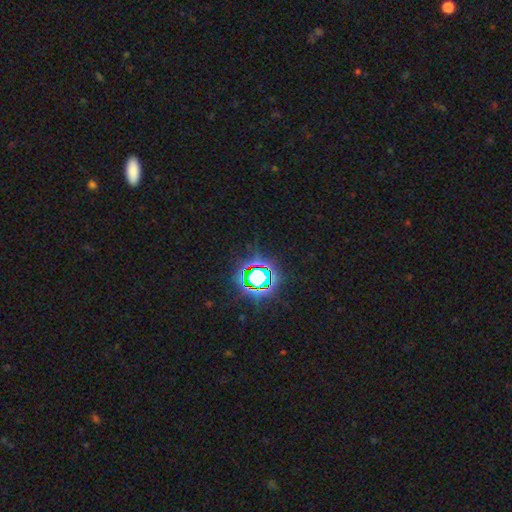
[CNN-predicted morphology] A star or artifact, not a galaxy (81%).